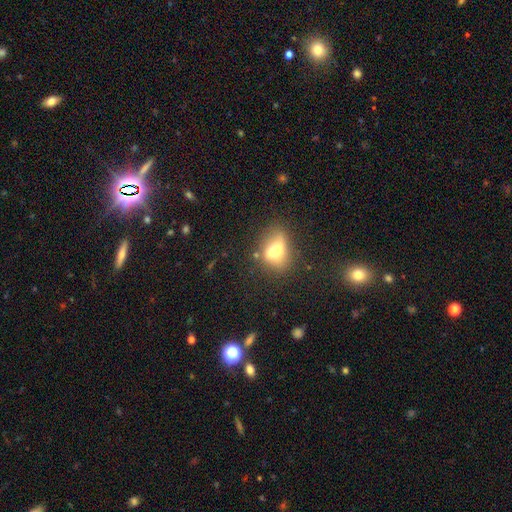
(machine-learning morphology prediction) This appears to be a smooth galaxy with no disk features (53%) that is in between round and cigar-shaped (65%). Merging: none (67%).